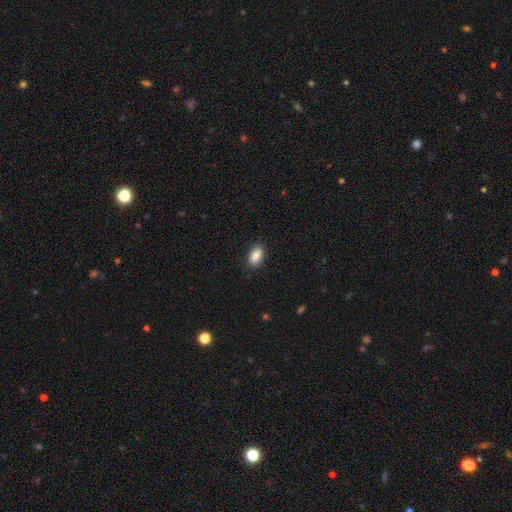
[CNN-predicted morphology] Smooth or featured? smooth (89%)
How rounded? in between (91%)
Merging? none (88%)